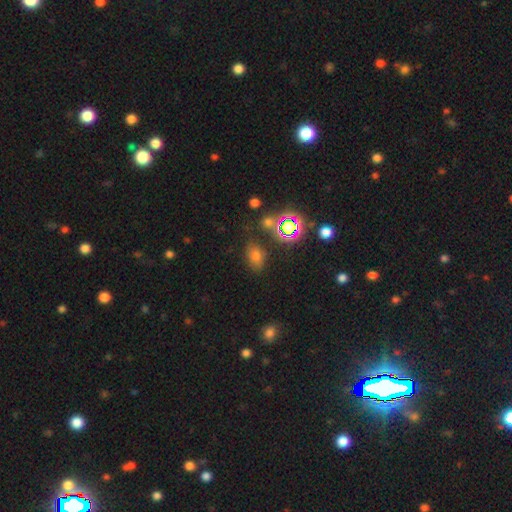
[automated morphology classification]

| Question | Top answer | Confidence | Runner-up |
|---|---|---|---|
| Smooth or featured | smooth | 63% | star or artifact (28%) |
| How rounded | in between | 77% | round (21%) |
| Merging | none | 75% | minor disturbance (15%) |